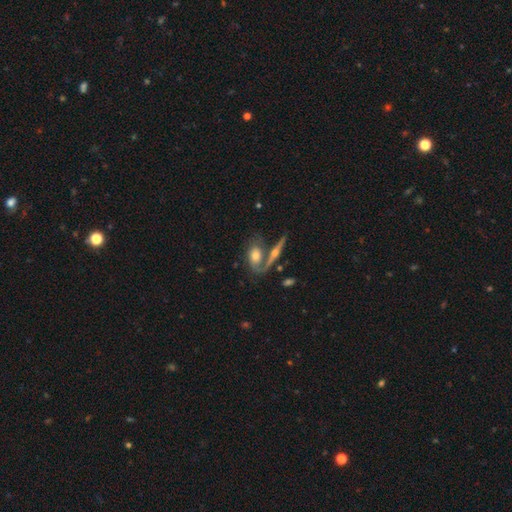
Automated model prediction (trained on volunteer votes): Smooth or featured? featured or disk (55%)
Edge-on disk? no (53%)
Merging? none (44%)